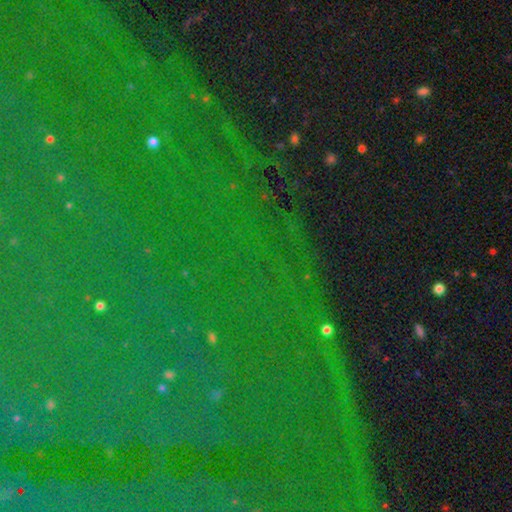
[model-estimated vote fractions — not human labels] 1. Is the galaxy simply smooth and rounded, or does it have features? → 85% star or artifact, 8% smooth, 7% featured or disk.